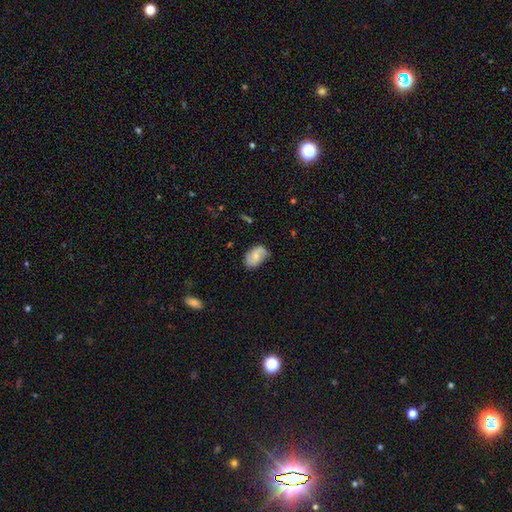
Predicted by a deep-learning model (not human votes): This appears to be a smooth galaxy with no disk features (57%) that is in between round and cigar-shaped (87%). Merging: none (59%).